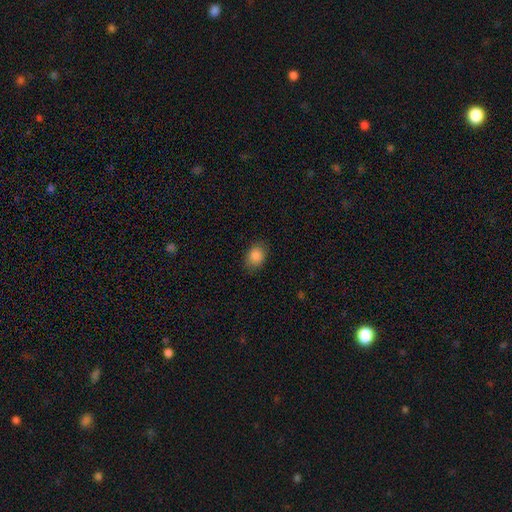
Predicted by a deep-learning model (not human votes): A smooth galaxy with no disk features (87%) that is in between round and cigar-shaped (66%).

Vote fractions:
- Smooth or featured? smooth: 87% / star or artifact: 9% / featured or disk: 4%
- How rounded? in between: 66% / round: 33% / cigar-shaped: 1%
- Merging? none: 82% / minor disturbance: 13% / major disturbance: 3% / merger: 1%